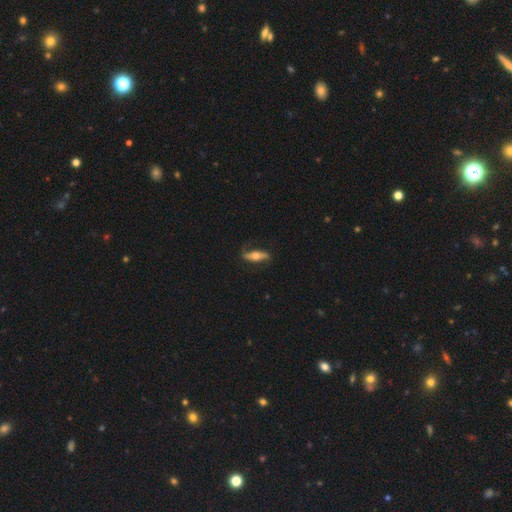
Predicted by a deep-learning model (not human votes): The model was most divided on "edge-on disk": no: 53%, yes: 47%. More confident: merging — none (72%); smooth or featured — featured or disk (66%).